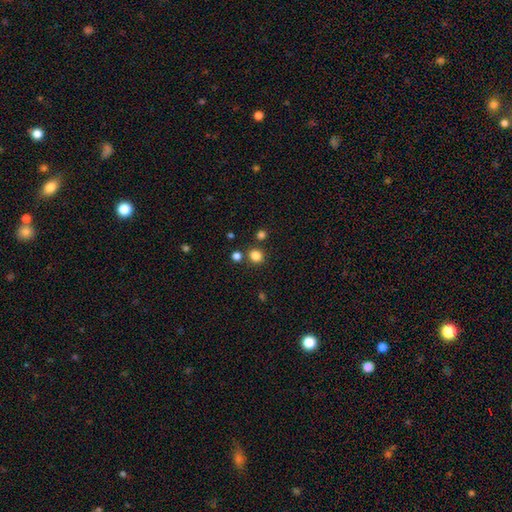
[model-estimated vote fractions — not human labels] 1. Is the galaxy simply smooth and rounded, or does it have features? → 82% smooth, 14% star or artifact, 4% featured or disk.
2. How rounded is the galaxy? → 84% round, 15% in between, 1% cigar-shaped.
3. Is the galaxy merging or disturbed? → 82% none, 9% merger, 7% minor disturbance, 3% major disturbance.